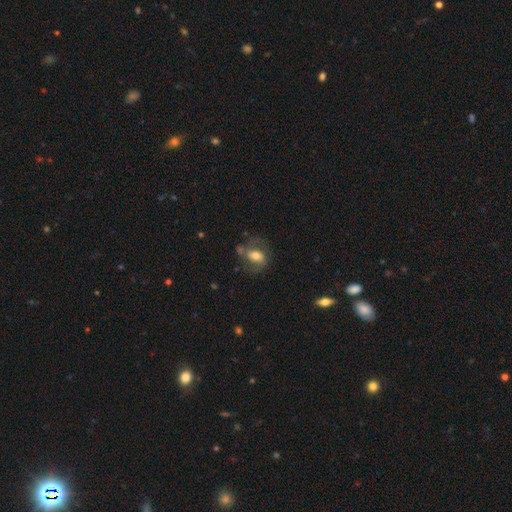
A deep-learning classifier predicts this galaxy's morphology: type=featured or disk (52%); edge-on=no (94%); merging=none (53%).